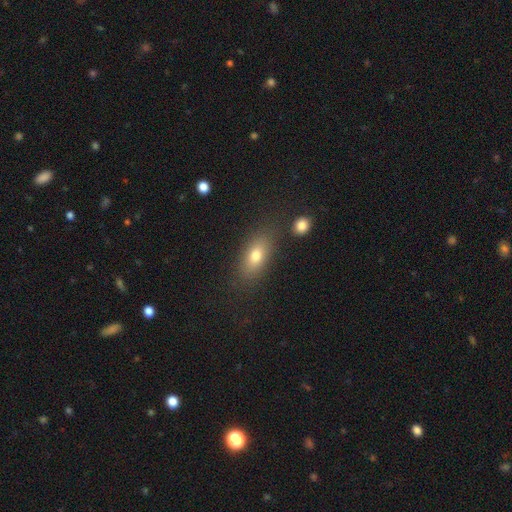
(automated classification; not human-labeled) smooth-or-featured: smooth: 74% | featured or disk: 15% | star or artifact: 10%
  how-rounded: in between: 80% | cigar-shaped: 11% | round: 8%
  merging: none: 79% | minor disturbance: 12% | merger: 4% | major disturbance: 4%